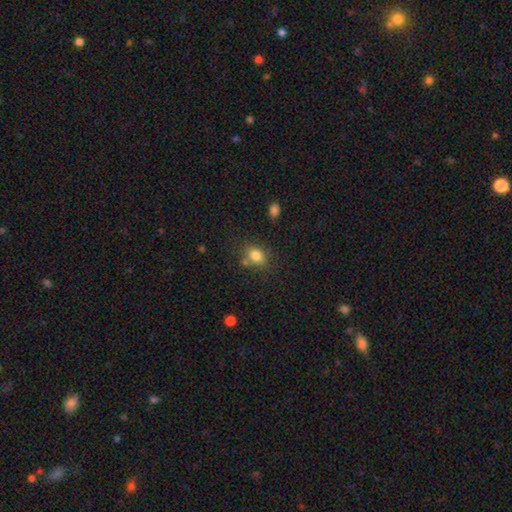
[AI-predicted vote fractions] smooth_or_featured: smooth (p=0.82) [alt: star or artifact p=0.11]
how_rounded: in between (p=0.51) [alt: round p=0.48]
merging: none (p=0.66) [alt: minor disturbance p=0.16]